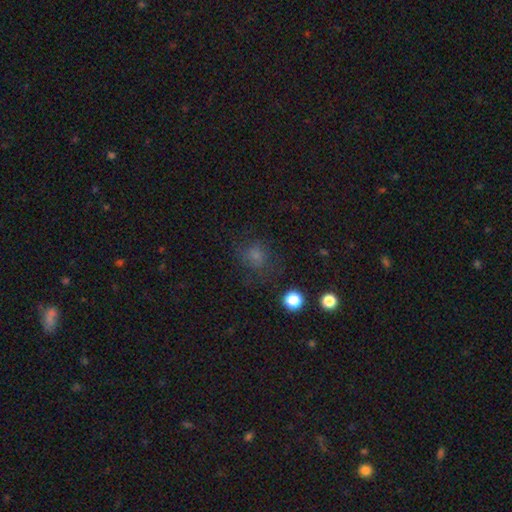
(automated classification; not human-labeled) smooth 62%, star or artifact 24%, featured or disk 14%. Down the decision tree: how rounded — round (78%); merging — none (68%).